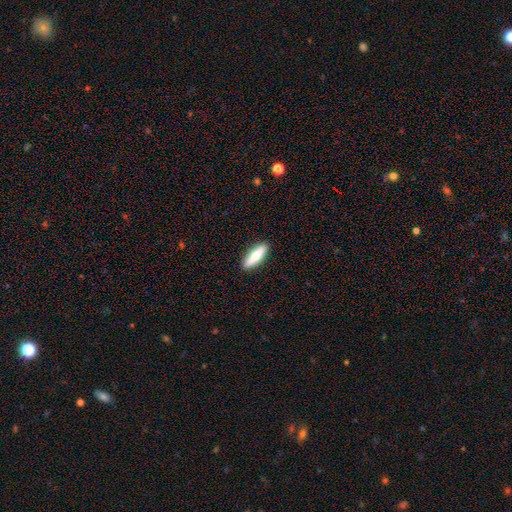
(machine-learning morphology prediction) smooth_or_featured: smooth (p=0.66) [alt: featured or disk p=0.29]
how_rounded: cigar-shaped (p=0.64) [alt: in between p=0.34]
merging: none (p=0.91) [alt: minor disturbance p=0.07]